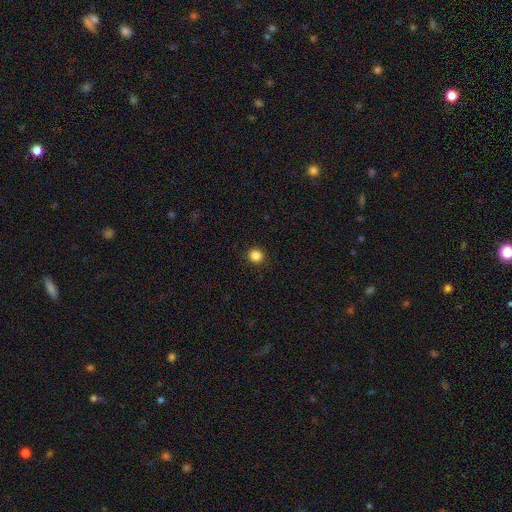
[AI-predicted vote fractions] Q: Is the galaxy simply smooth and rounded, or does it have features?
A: smooth — 85%.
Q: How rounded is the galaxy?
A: round — 91%.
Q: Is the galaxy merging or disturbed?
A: none — 92%.